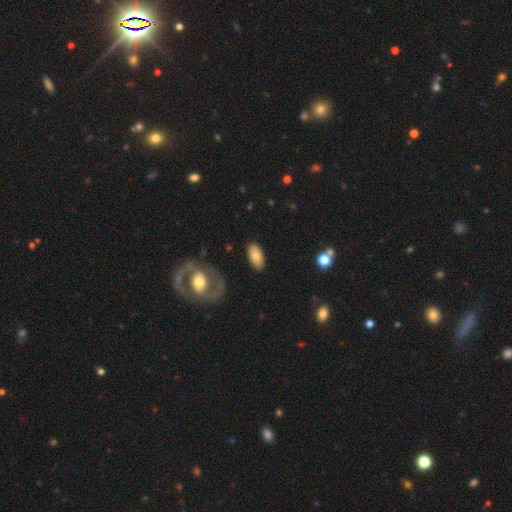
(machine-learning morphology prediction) smooth-or-featured: smooth: 74% | featured or disk: 19% | star or artifact: 7%
  how-rounded: in between: 92% | cigar-shaped: 4% | round: 4%
  merging: none: 84% | minor disturbance: 10% | major disturbance: 4% | merger: 2%